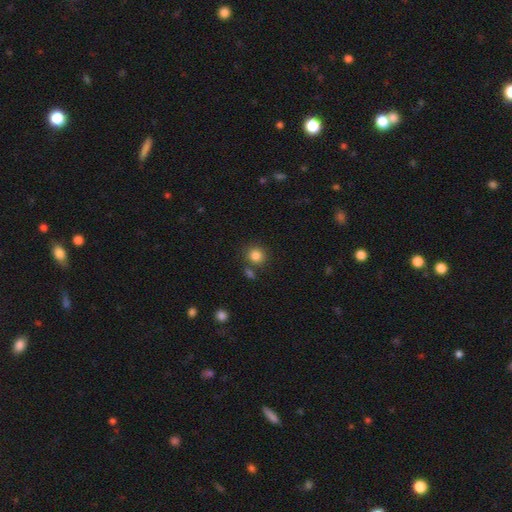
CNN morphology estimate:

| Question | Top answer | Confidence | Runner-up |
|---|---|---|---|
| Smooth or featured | smooth | 84% | star or artifact (11%) |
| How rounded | round | 85% | in between (14%) |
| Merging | none | 77% | merger (10%) |